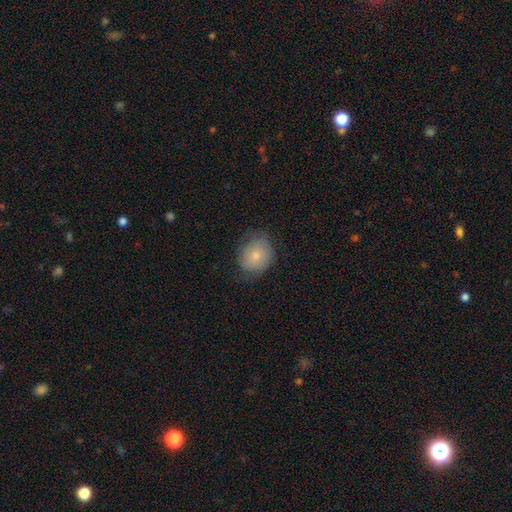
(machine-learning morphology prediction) Smooth or featured: smooth — 70% (featured or disk — 23%)
How rounded: round — 58% (in between — 41%)
Merging: none — 66% (minor disturbance — 26%)